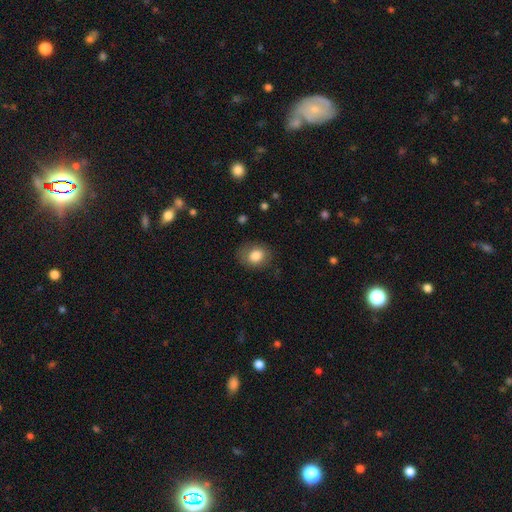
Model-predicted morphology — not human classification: A smooth galaxy with no disk features (82%) that is round (55%). Merging: none (79%).